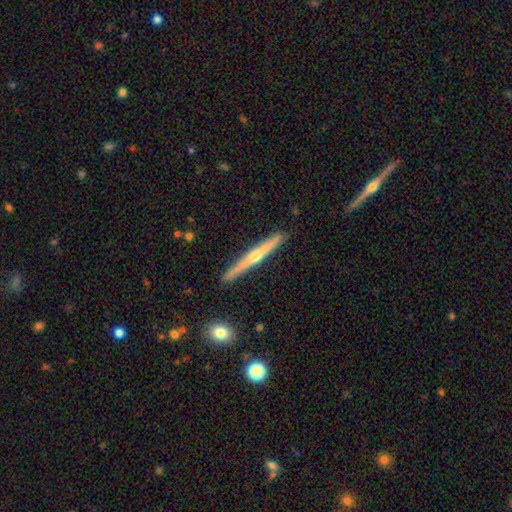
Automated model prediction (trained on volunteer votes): Morphology: type=featured or disk (73%); edge-on=yes (98%); edge-on bulge=rounded (86%); merging=none (90%).